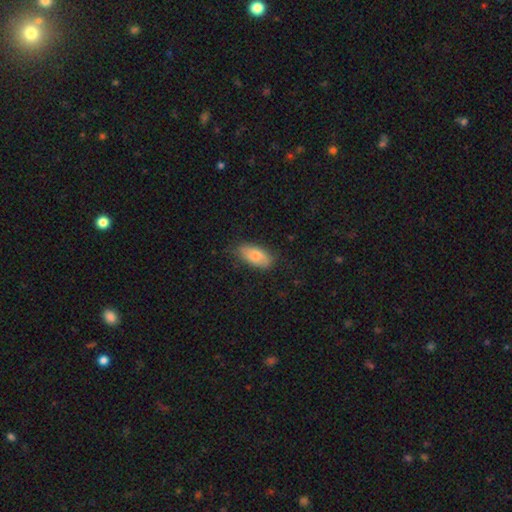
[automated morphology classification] Smooth or featured? smooth (81%)
How rounded? in between (90%)
Merging? none (72%)